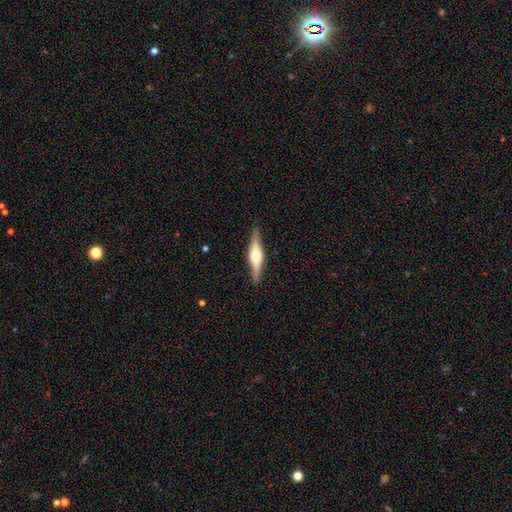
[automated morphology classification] Smooth or featured?
  - featured or disk: 67% *
  - smooth: 27%
  - star or artifact: 5%
Edge-on disk?
  - yes: 94% *
  - no: 6%
Edge-on bulge?
  - rounded: 92% *
  - boxy: 5%
  - none: 2%
Merging?
  - none: 87% *
  - minor disturbance: 10%
  - major disturbance: 2%
  - merger: 1%